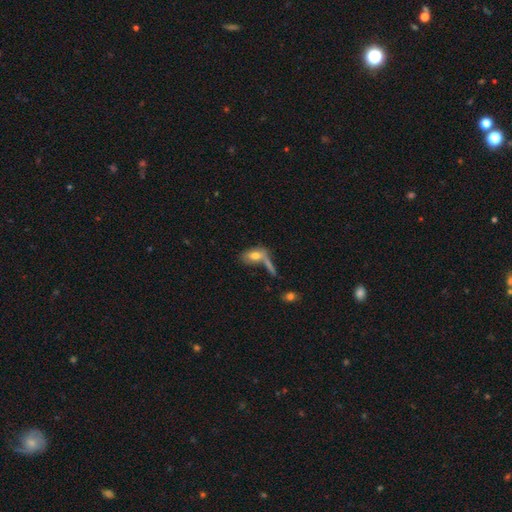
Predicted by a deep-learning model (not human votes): A smooth galaxy with no disk features (64%) that is in between round and cigar-shaped (80%).

Vote fractions:
- Smooth or featured? smooth: 64% / featured or disk: 27% / star or artifact: 9%
- How rounded? in between: 80% / cigar-shaped: 13% / round: 7%
- Merging? none: 38% / merger: 31% / minor disturbance: 16% / major disturbance: 14%